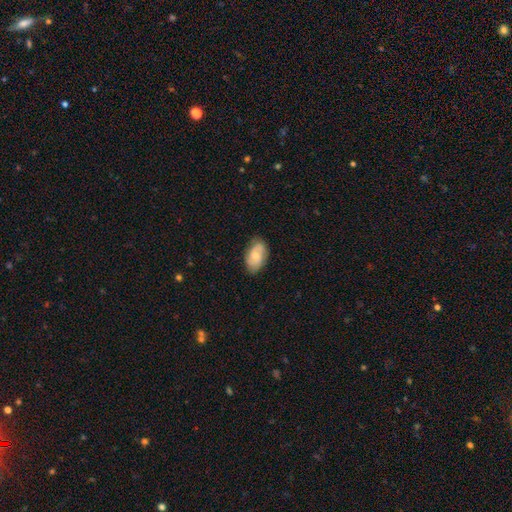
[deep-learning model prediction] This appears to be a smooth galaxy with no disk features (60%) that is in between round and cigar-shaped (92%). Merging: none (77%).